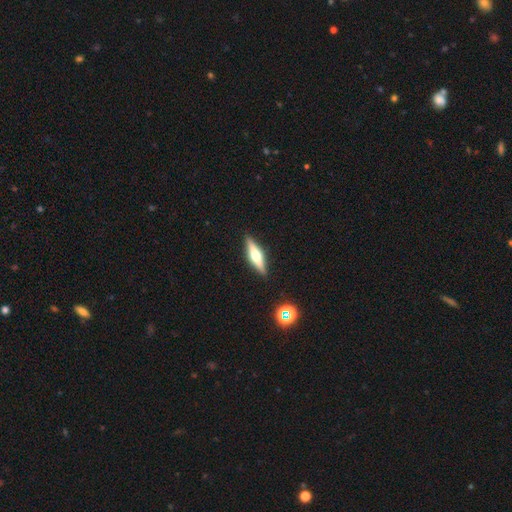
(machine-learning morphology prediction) Smooth or featured: featured or disk — 62% (smooth — 31%)
Edge-on disk: yes — 95% (no — 5%)
Edge-on bulge: rounded — 93% (boxy — 5%)
Merging: none — 90% (minor disturbance — 7%)